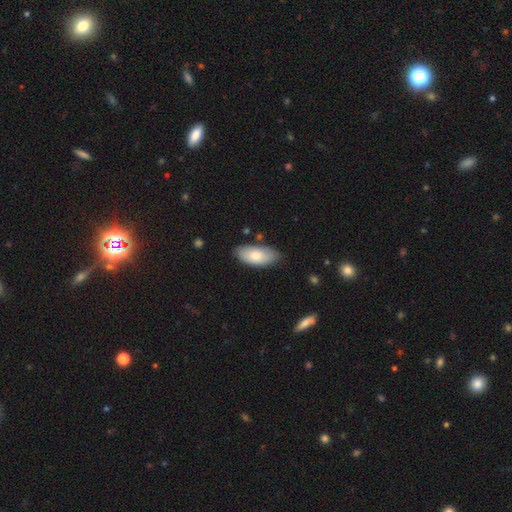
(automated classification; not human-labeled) Morphology: type=smooth (77%); roundness=in between (91%); merging=none (79%).